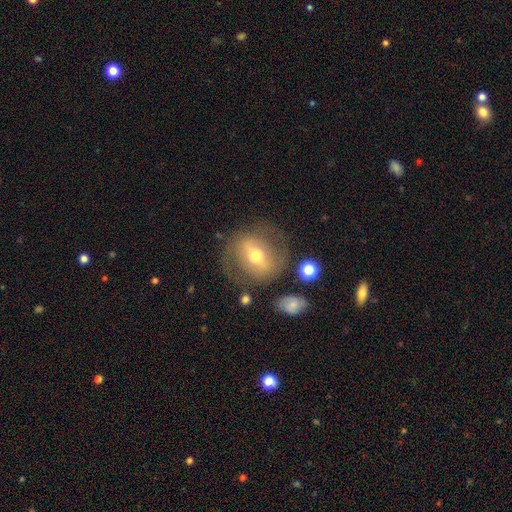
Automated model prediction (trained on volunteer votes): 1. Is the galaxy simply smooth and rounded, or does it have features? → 56% featured or disk, 36% smooth, 8% star or artifact.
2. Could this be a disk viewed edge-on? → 91% no, 9% yes.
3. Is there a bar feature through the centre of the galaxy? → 40% strong, 35% weak, 24% no.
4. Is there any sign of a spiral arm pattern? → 57% no, 43% yes.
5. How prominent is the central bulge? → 65% moderate, 27% small, 6% large, 1% dominant, 1% none.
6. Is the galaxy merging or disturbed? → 71% none, 15% minor disturbance, 10% major disturbance, 3% merger.